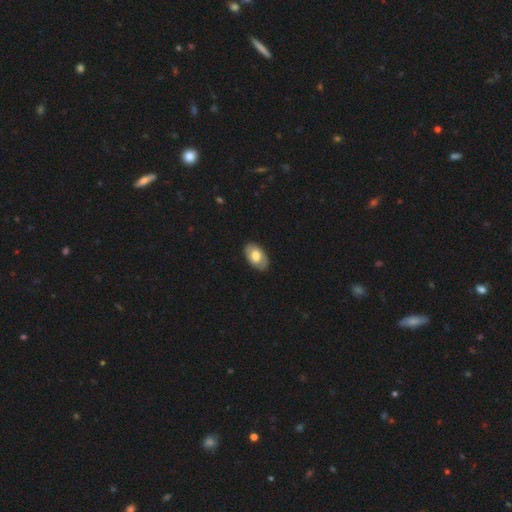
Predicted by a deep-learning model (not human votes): A smooth galaxy with no disk features (64%) that is in between round and cigar-shaped (93%).

Vote fractions:
- Smooth or featured? smooth: 64% / featured or disk: 30% / star or artifact: 6%
- How rounded? in between: 93% / round: 6% / cigar-shaped: 1%
- Merging? none: 86% / minor disturbance: 11% / major disturbance: 2% / merger: 1%